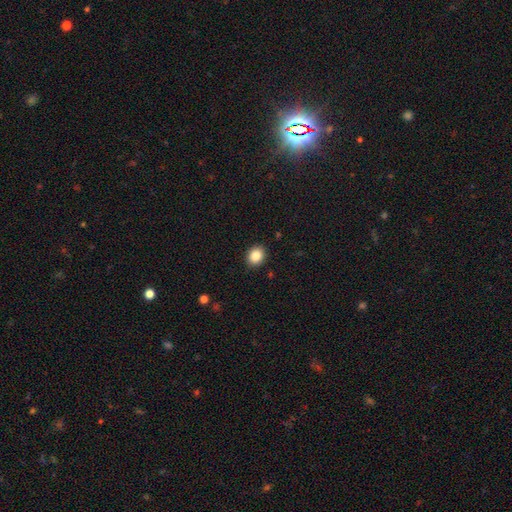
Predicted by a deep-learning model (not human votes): This appears to be a smooth galaxy with no disk features (87%) that is round (55%). Merging: none (90%).